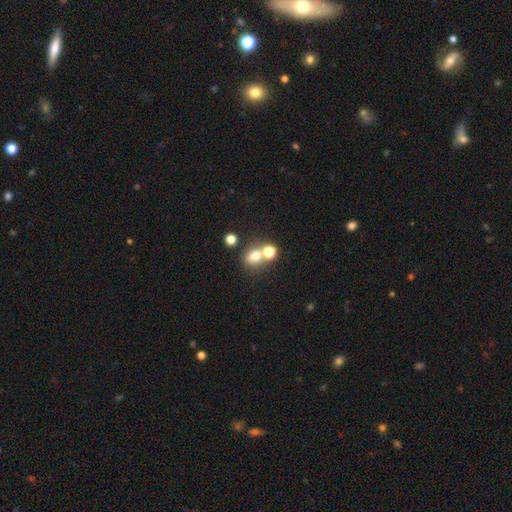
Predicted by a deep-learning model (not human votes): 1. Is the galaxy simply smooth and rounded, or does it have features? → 71% smooth, 17% star or artifact, 13% featured or disk.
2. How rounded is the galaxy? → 55% round, 44% in between, 1% cigar-shaped.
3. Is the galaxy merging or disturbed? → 47% none, 39% merger, 9% minor disturbance, 5% major disturbance.